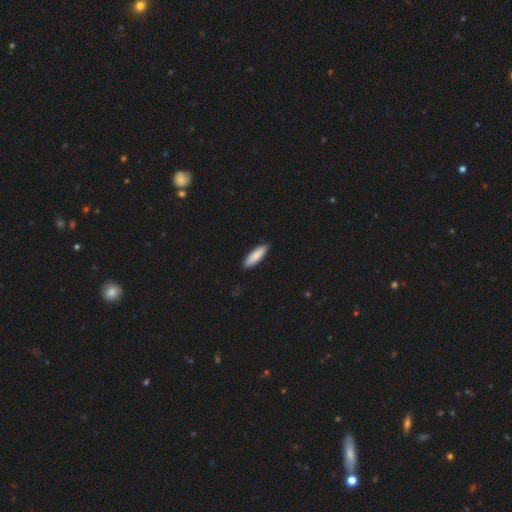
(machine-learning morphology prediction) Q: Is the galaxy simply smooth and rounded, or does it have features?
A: smooth — 88%.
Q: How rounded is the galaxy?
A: cigar-shaped — 57%.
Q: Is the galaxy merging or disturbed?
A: none — 90%.